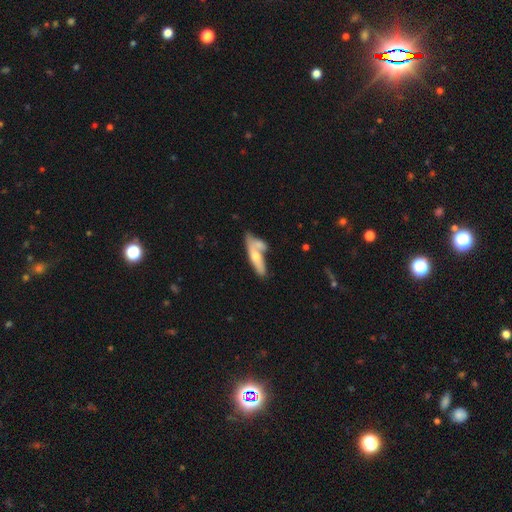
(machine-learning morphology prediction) type=smooth (49%); merging=merger (40%).